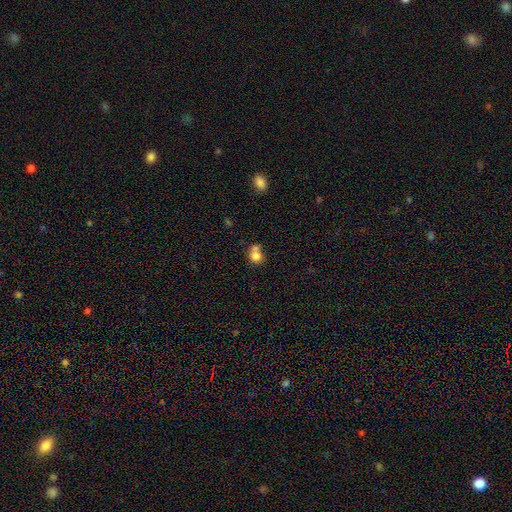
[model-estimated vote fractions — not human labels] smooth_or_featured: smooth (p=0.79) [alt: star or artifact p=0.11]
how_rounded: round (p=0.78) [alt: in between p=0.21]
merging: merger (p=0.43) [alt: none p=0.40]